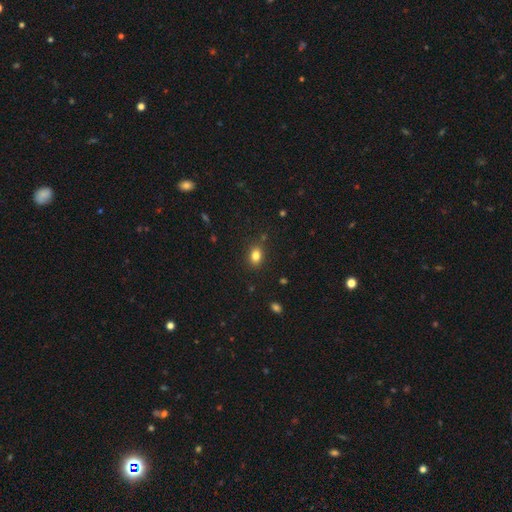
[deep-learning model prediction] The model was most divided on "how rounded": in between: 71%, round: 28%, cigar-shaped: 1%. More confident: merging — none (84%); smooth or featured — smooth (82%).